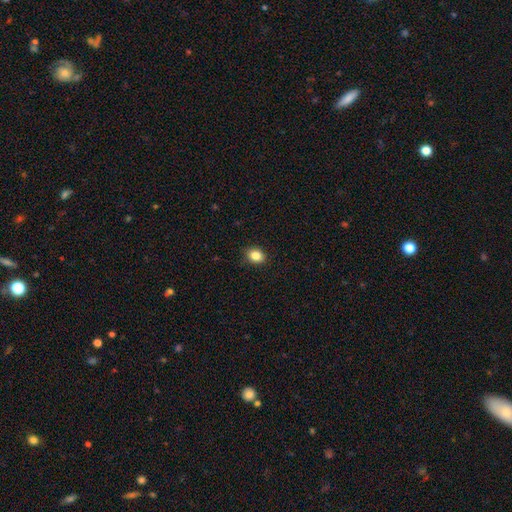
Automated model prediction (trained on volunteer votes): Overall: smooth (85%). How rounded: in between (59%; round 40%). Merging: none (87%).